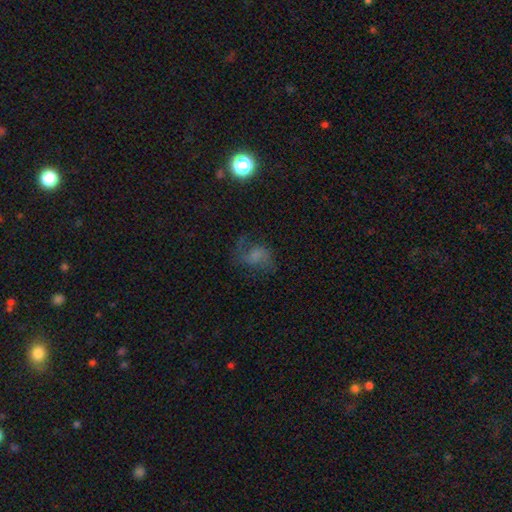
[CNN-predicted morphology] Smooth or featured?
  - featured or disk: 54% *
  - smooth: 30%
  - star or artifact: 17%
Edge-on disk?
  - no: 97% *
  - yes: 3%
Bar?
  - no: 53% *
  - weak: 37%
  - strong: 10%
Spiral arms?
  - yes: 85% *
  - no: 15%
Bulge size?
  - none: 48% *
  - small: 21%
  - moderate: 18%
  - large: 11%
  - dominant: 3%
Merging?
  - none: 57% *
  - major disturbance: 22%
  - minor disturbance: 19%
  - merger: 3%